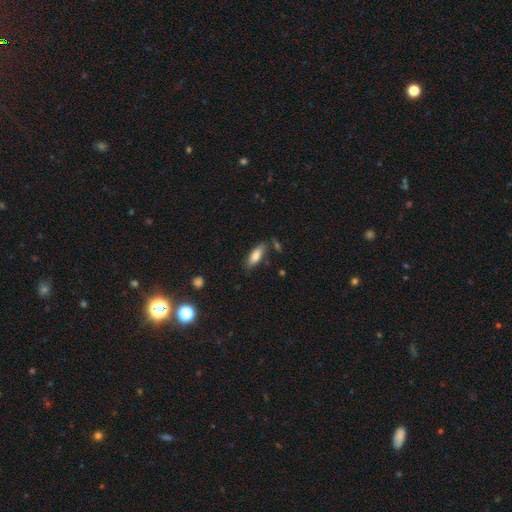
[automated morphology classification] Smooth or featured: smooth — 79% (featured or disk — 14%)
How rounded: in between — 71% (cigar-shaped — 27%)
Merging: none — 75% (minor disturbance — 16%)